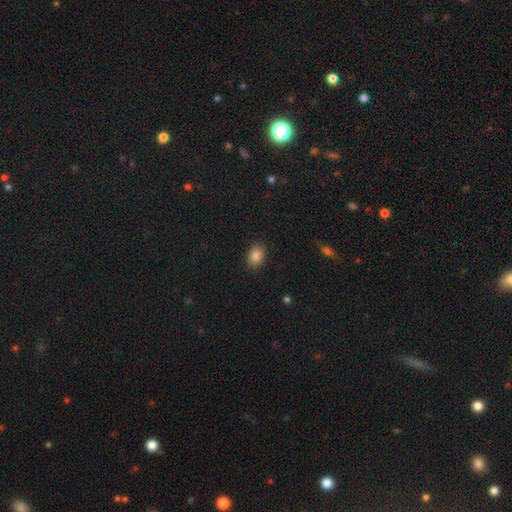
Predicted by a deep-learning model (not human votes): Overall: smooth (87%). How rounded: in between (74%). Merging: none (88%).